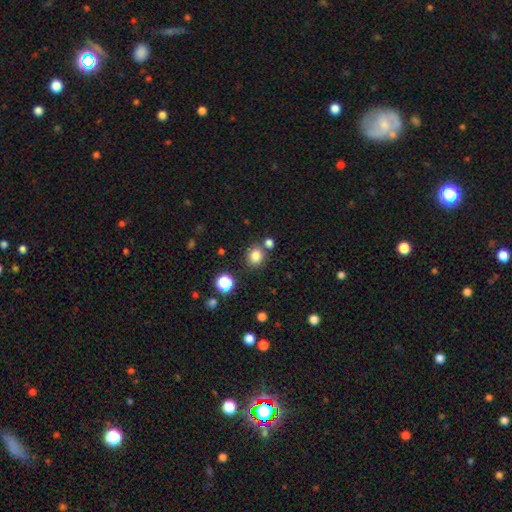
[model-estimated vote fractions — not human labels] Q: Smooth or featured?
A: smooth (81%); runner-up: star or artifact (14%)
Q: How rounded?
A: round (80%); runner-up: in between (19%)
Q: Merging?
A: none (75%); runner-up: merger (12%)